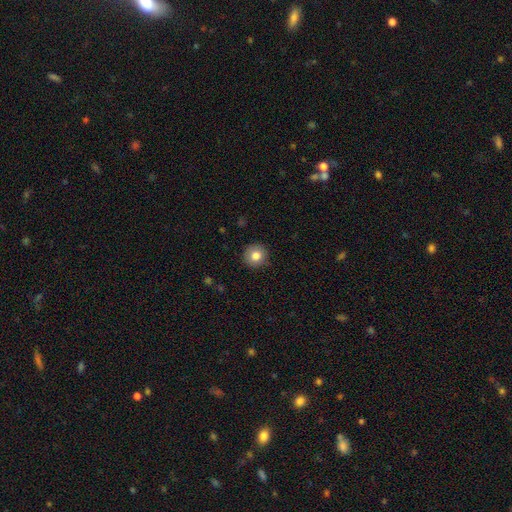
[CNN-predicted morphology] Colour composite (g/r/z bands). It shows a smooth galaxy with no disk features (82%) that is round (93%). Merging: none (88%).